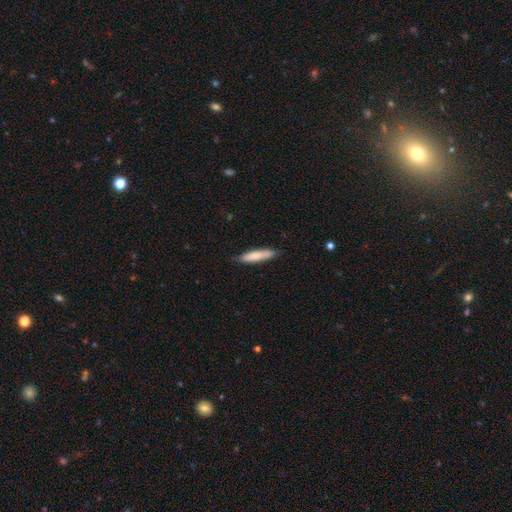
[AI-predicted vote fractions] A smooth galaxy with no disk features (77%) that is cigar-shaped (79%). Merging: none (82%).